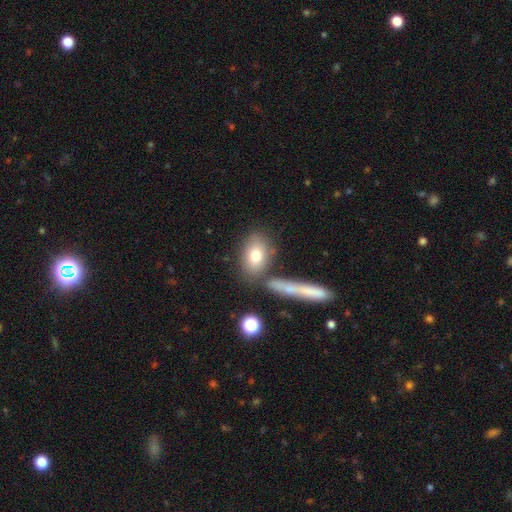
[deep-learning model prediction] The model was most divided on "merging": none: 69%, merger: 14%, minor disturbance: 13%, major disturbance: 4%. More confident: how rounded — in between (79%); smooth or featured — smooth (77%).